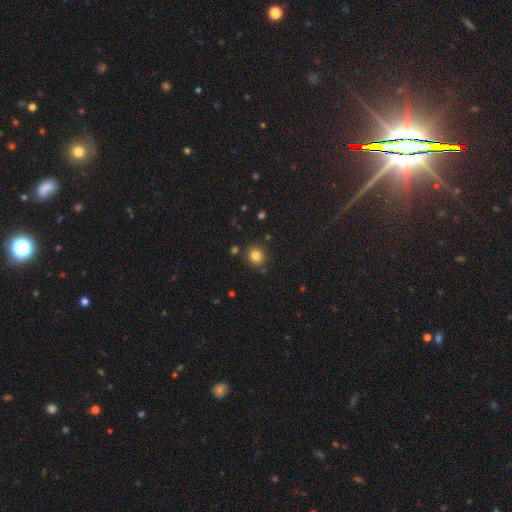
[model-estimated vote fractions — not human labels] This is clearly a smooth galaxy (82%). How rounded: clearly round (83%). Merging: clearly none (85%).